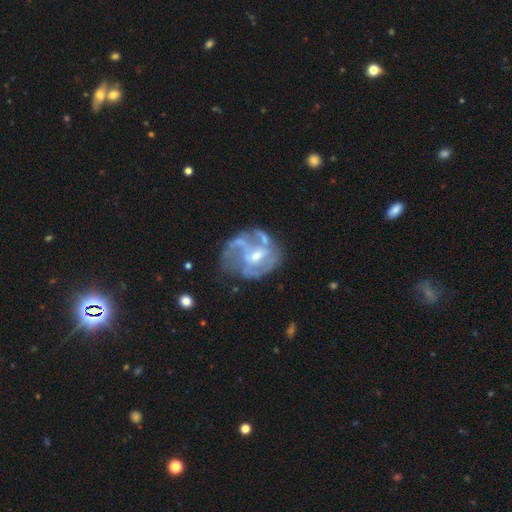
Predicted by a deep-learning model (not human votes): Smooth or featured: featured or disk — 77% (smooth — 14%)
Edge-on disk: no — 97% (yes — 3%)
Bar: weak — 44% (no — 39%)
Spiral arms: yes — 64% (no — 36%)
Bulge size: small — 51% (moderate — 42%)
Merging: none — 40% (major disturbance — 28%)